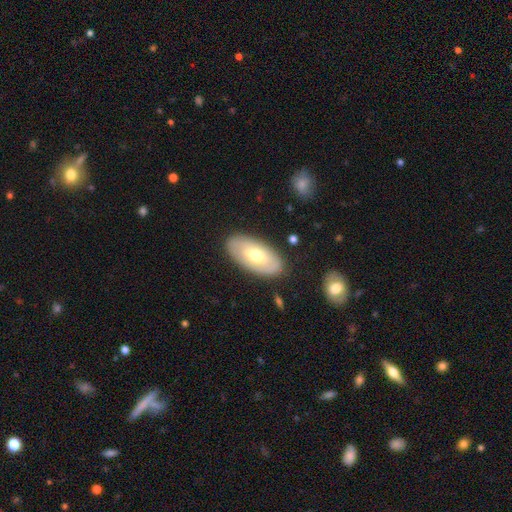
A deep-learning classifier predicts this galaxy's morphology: type=smooth (52%); roundness=in between (93%); merging=none (84%).